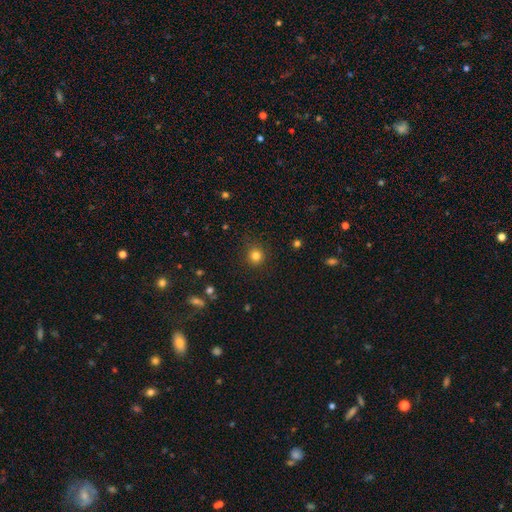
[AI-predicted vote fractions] A smooth galaxy with no disk features (81%) that is round (92%). Merging: none (89%).